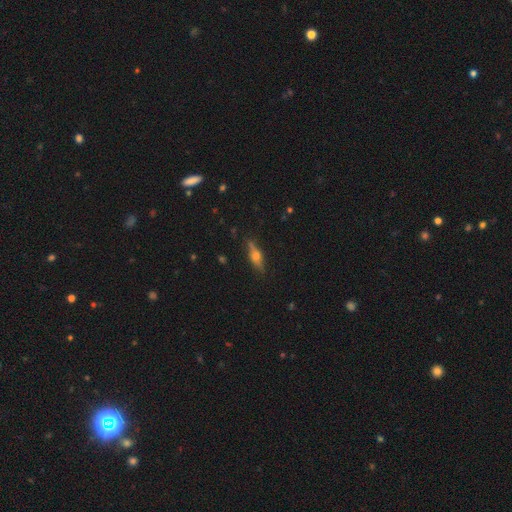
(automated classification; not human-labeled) Smooth or featured: featured or disk — 63% (smooth — 28%)
Edge-on disk: yes — 94% (no — 6%)
Edge-on bulge: rounded — 91% (boxy — 6%)
Merging: none — 85% (minor disturbance — 11%)